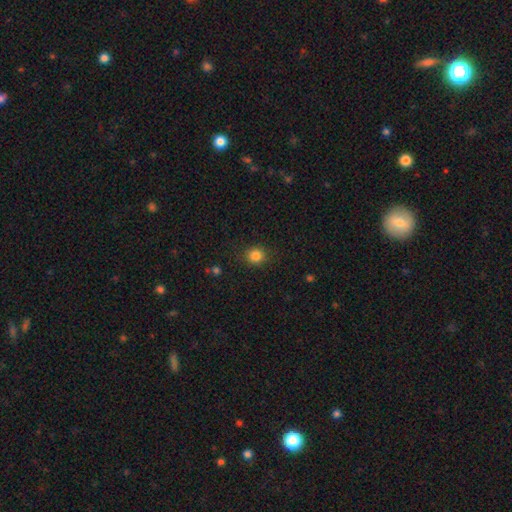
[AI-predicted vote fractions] Overall: smooth (83%). How rounded: round (85%). Merging: none (87%).